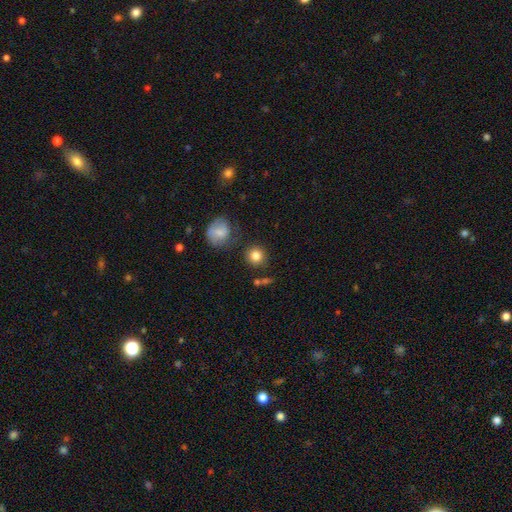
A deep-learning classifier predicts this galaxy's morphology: This is clearly a smooth galaxy (82%). How rounded: clearly round (91%). Merging: clearly none (80%).